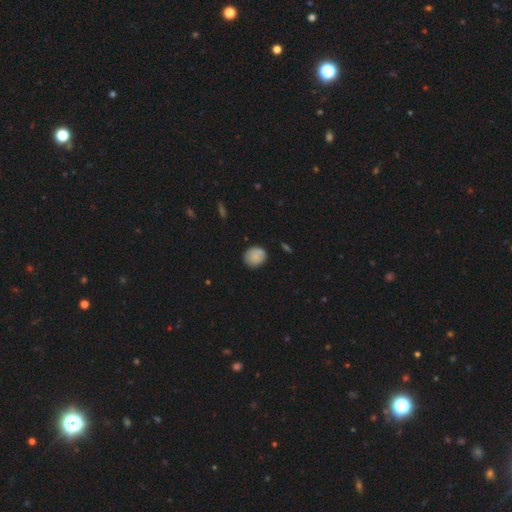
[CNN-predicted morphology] Smooth or featured? Predicted: smooth (p=0.82). How rounded? Predicted: round (p=0.75). Merging? Predicted: none (p=0.81).